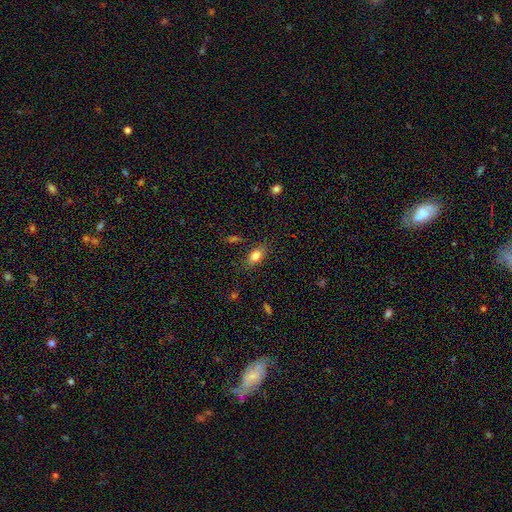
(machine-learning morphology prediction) A smooth galaxy with no disk features (81%) that is in between round and cigar-shaped (85%). Merging: none (81%).